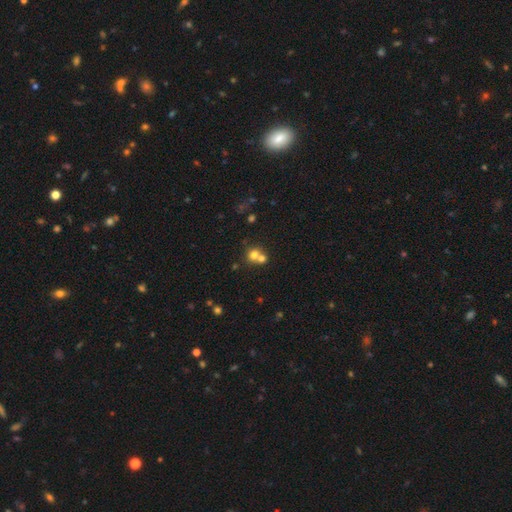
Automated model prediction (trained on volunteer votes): This is likely a smooth galaxy (69%). How rounded: clearly round (82%). Merging: possibly merger (53%).